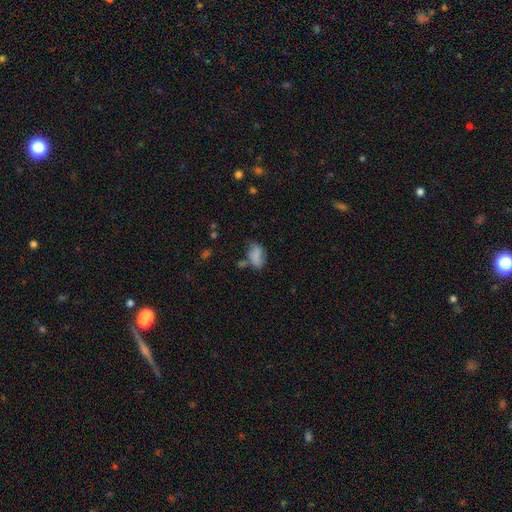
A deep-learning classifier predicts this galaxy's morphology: smooth_or_featured: smooth (p=0.73) [alt: featured or disk p=0.17]
how_rounded: in between (p=0.89) [alt: round p=0.09]
merging: none (p=0.42) [alt: minor disturbance p=0.28]